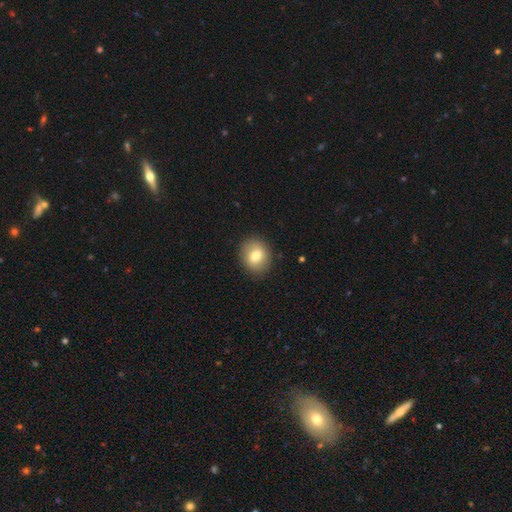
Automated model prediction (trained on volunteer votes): Smooth or featured?
  - smooth: 74% *
  - featured or disk: 18%
  - star or artifact: 8%
How rounded?
  - round: 65% *
  - in between: 34%
  - cigar-shaped: 1%
Merging?
  - none: 88% *
  - minor disturbance: 9%
  - major disturbance: 3%
  - merger: 1%